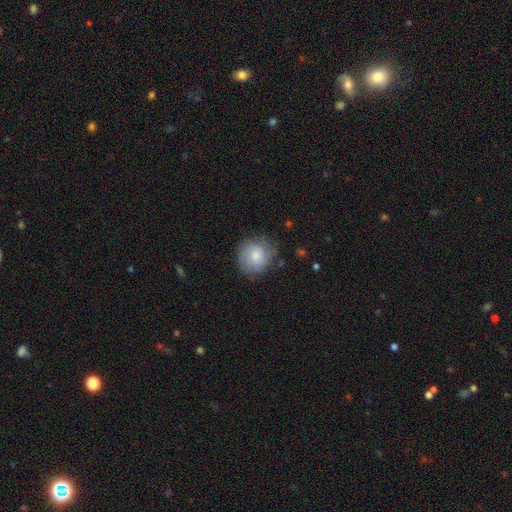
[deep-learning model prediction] Overall: smooth (74%). How rounded: round (83%). Merging: none (69%).